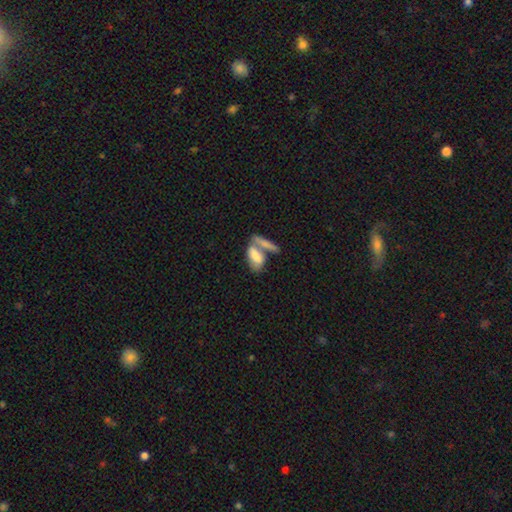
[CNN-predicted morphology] smooth-or-featured: smooth: 74% | featured or disk: 19% | star or artifact: 7%
  how-rounded: in between: 79% | cigar-shaped: 18% | round: 3%
  merging: merger: 57% | none: 27% | minor disturbance: 10% | major disturbance: 7%